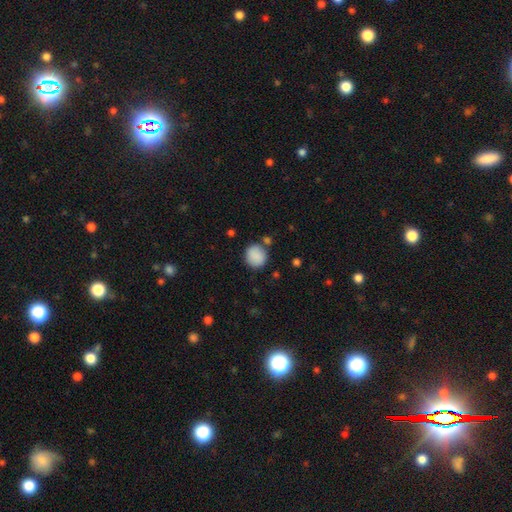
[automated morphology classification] A smooth galaxy with no disk features (88%) that is round (84%). Merging: none (76%).